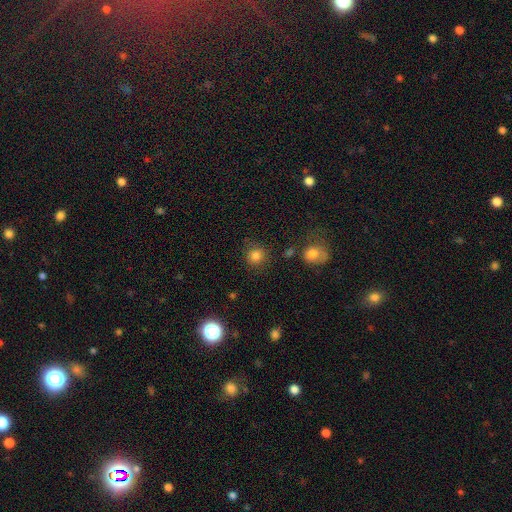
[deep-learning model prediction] This is clearly a smooth galaxy (81%). How rounded: clearly round (89%). Merging: clearly none (82%).